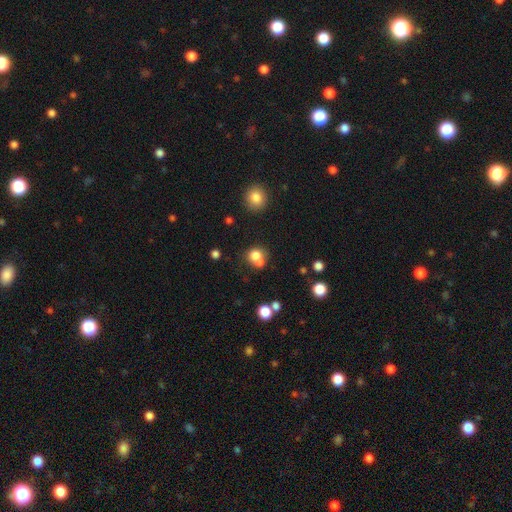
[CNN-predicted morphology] Smooth or featured? smooth (75%)
How rounded? round (78%)
Merging? merger (46%)